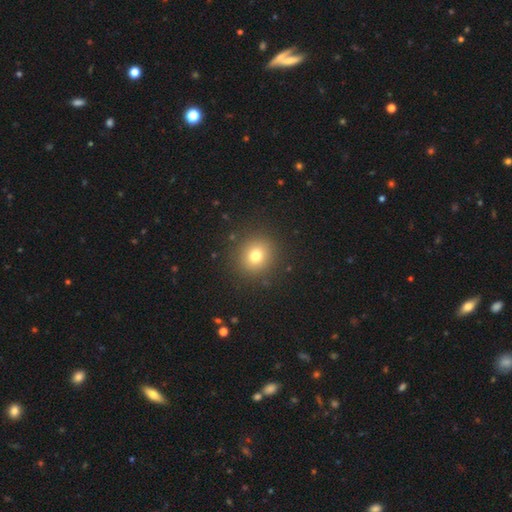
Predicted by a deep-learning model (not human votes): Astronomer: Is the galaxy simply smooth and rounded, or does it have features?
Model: smooth — 76%.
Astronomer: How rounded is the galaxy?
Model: round — 89%.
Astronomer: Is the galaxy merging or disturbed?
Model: none — 90%.